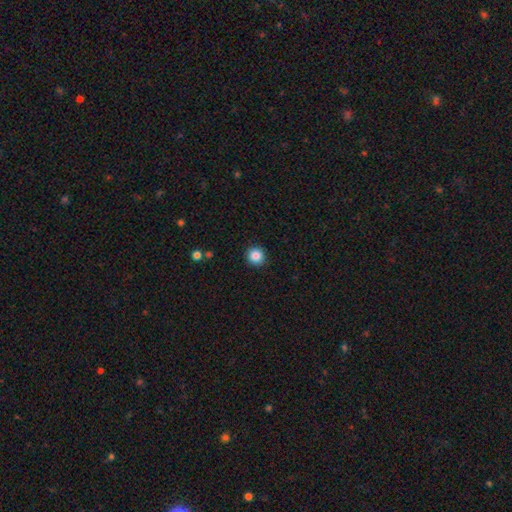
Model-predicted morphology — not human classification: This appears to be a smooth galaxy with no disk features (86%) that is round (93%). Merging: none (92%).